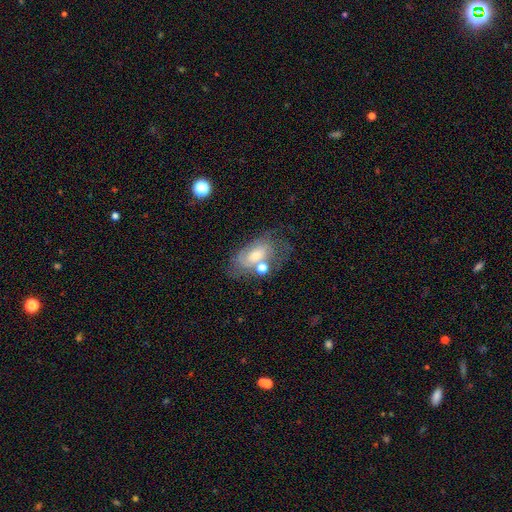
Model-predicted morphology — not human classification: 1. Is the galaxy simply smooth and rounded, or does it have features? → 59% featured or disk, 29% smooth, 12% star or artifact.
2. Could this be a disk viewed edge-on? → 93% no, 7% yes.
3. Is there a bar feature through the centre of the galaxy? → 56% no, 35% weak, 9% strong.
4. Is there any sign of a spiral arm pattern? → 72% yes, 28% no.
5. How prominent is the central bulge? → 50% moderate, 37% small, 7% large, 4% none, 2% dominant.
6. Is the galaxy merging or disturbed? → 49% none, 22% minor disturbance, 16% major disturbance, 14% merger.